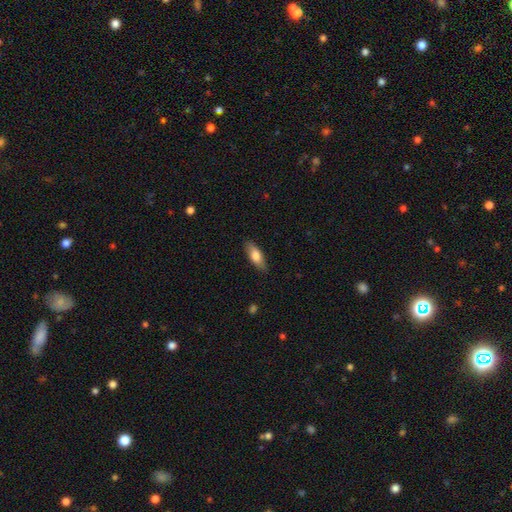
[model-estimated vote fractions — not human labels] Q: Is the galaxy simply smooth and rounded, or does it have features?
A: smooth — 74%.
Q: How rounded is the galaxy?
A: in between — 67%.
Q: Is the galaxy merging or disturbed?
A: none — 86%.